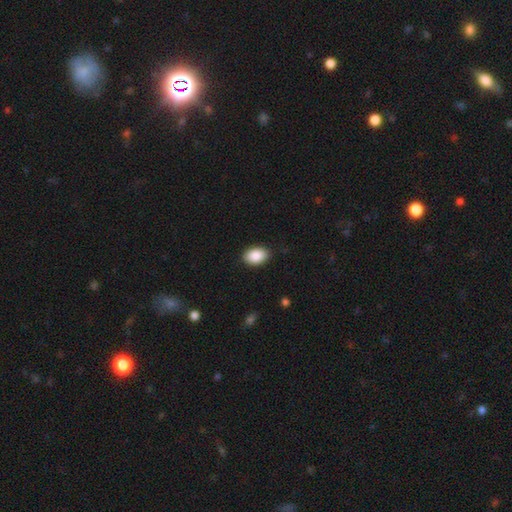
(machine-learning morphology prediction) A smooth galaxy with no disk features (89%) that is in between round and cigar-shaped (86%).

Vote fractions:
- Smooth or featured? smooth: 89% / star or artifact: 7% / featured or disk: 4%
- How rounded? in between: 86% / round: 13% / cigar-shaped: 1%
- Merging? none: 88% / minor disturbance: 9% / major disturbance: 2% / merger: 1%